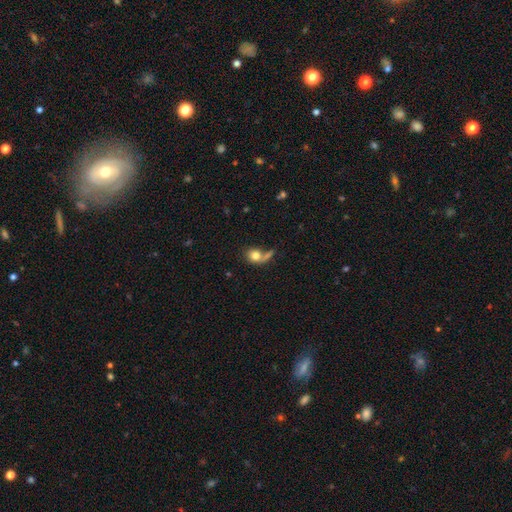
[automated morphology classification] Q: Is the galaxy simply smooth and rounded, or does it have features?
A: smooth — 74%.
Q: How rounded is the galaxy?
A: round — 66%.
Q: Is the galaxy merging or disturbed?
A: none — 39%.